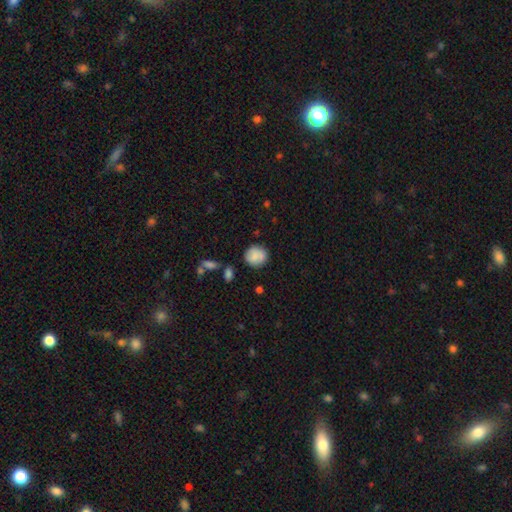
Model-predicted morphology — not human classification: This is likely a smooth galaxy (79%). How rounded: clearly round (83%). Merging: likely none (72%).